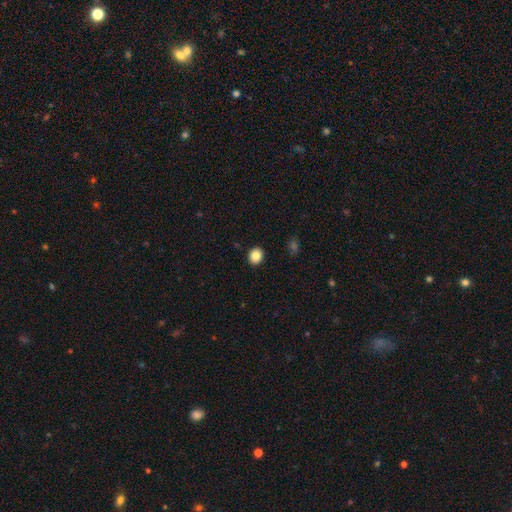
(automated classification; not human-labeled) Smooth or featured? Predicted: smooth (p=0.85). How rounded? Predicted: round (p=0.68). Merging? Predicted: none (p=0.91).